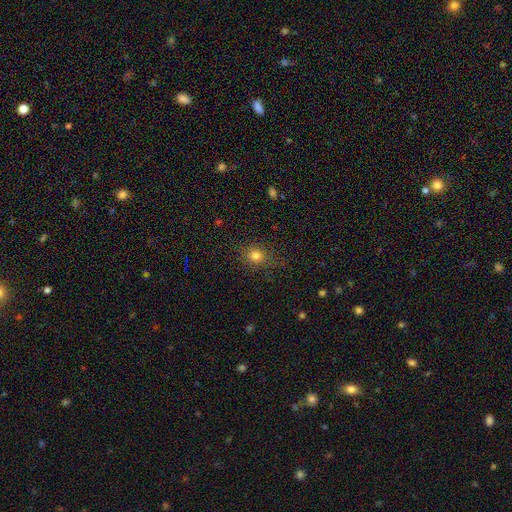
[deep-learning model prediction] A smooth galaxy with no disk features (78%) that is round (77%).

Vote fractions:
- Smooth or featured? smooth: 78% / star or artifact: 16% / featured or disk: 7%
- How rounded? round: 77% / in between: 22% / cigar-shaped: 1%
- Merging? none: 82% / minor disturbance: 12% / major disturbance: 5% / merger: 1%